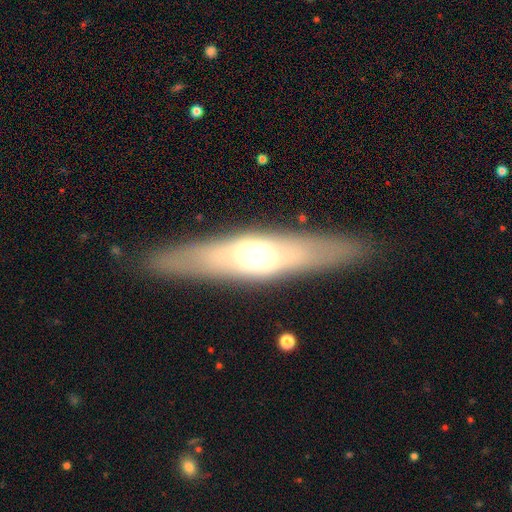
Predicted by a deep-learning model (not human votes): Smooth or featured? Predicted: featured or disk (p=0.51). Edge-on disk? Predicted: yes (p=0.70). Merging? Predicted: none (p=0.86).